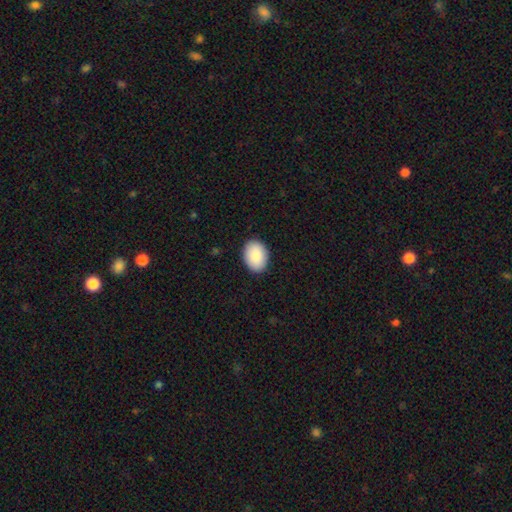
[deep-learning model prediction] Morphology: type=smooth (87%); roundness=in between (79%); merging=none (89%).